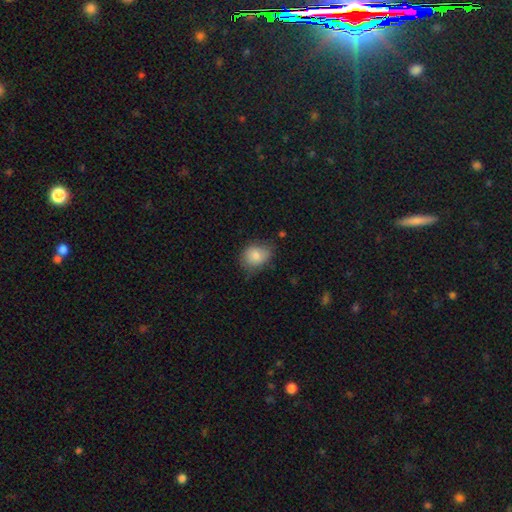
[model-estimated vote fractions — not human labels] smooth-or-featured: smooth: 83% | featured or disk: 9% | star or artifact: 8%
  how-rounded: in between: 53% | round: 46% | cigar-shaped: 1%
  merging: none: 61% | minor disturbance: 30% | major disturbance: 7% | merger: 2%